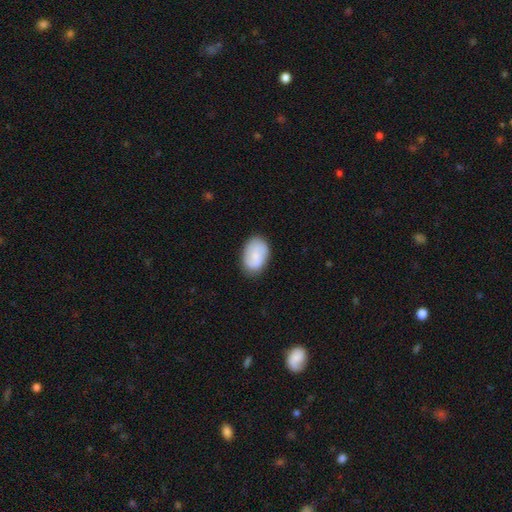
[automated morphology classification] smooth-or-featured: smooth: 62% | featured or disk: 31% | star or artifact: 7%
  how-rounded: in between: 86% | round: 13% | cigar-shaped: 1%
  merging: none: 79% | minor disturbance: 16% | major disturbance: 4% | merger: 1%